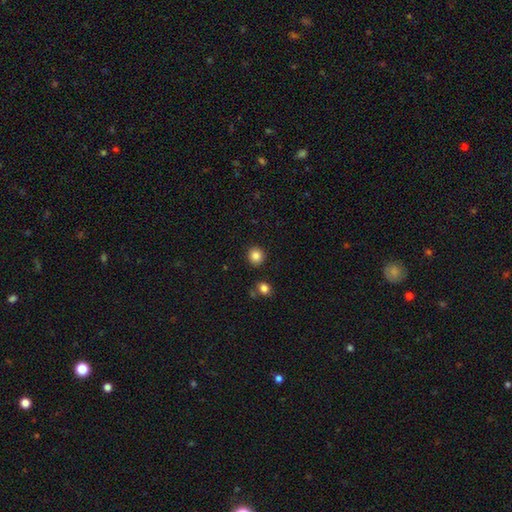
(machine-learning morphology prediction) This is clearly a smooth galaxy (85%). How rounded: clearly round (90%). Merging: clearly none (90%).